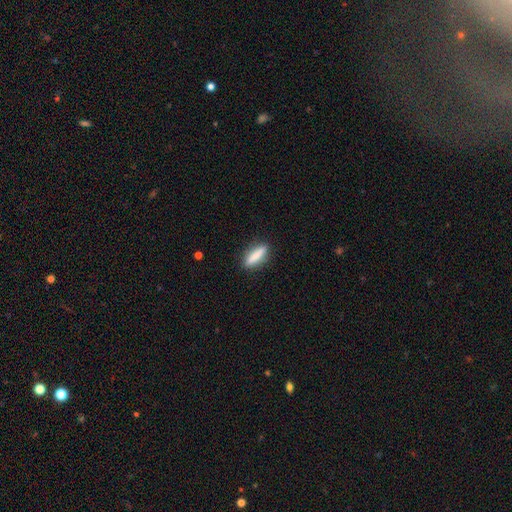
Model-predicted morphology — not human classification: A smooth galaxy with no disk features (75%) that is cigar-shaped (72%). Merging: none (88%).